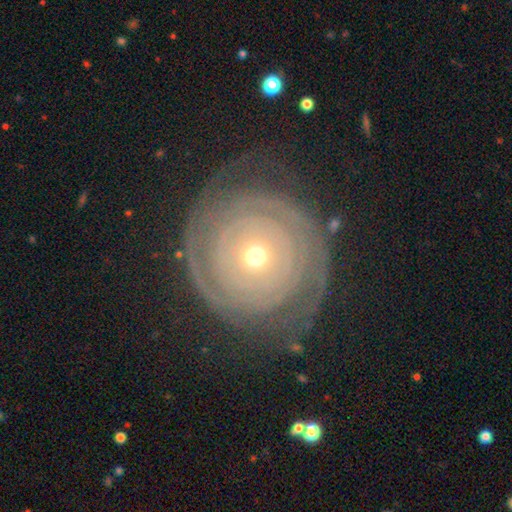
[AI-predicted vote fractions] Smooth or featured: featured or disk — 85% (smooth — 9%)
Edge-on disk: no — 97% (yes — 3%)
Bar: no — 85% (weak — 10%)
Spiral arms: yes — 94% (no — 6%)
Spiral winding: tight — 89% (medium — 8%)
Spiral arm count: 2 — 42% (can't tell — 24%)
Bulge size: small — 63% (moderate — 34%)
Merging: none — 80% (minor disturbance — 12%)